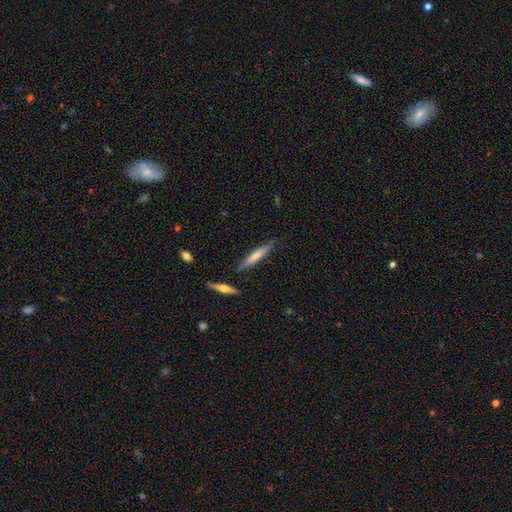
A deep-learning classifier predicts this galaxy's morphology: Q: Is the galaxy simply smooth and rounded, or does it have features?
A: smooth — 48%.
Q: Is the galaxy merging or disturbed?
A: none — 82%.